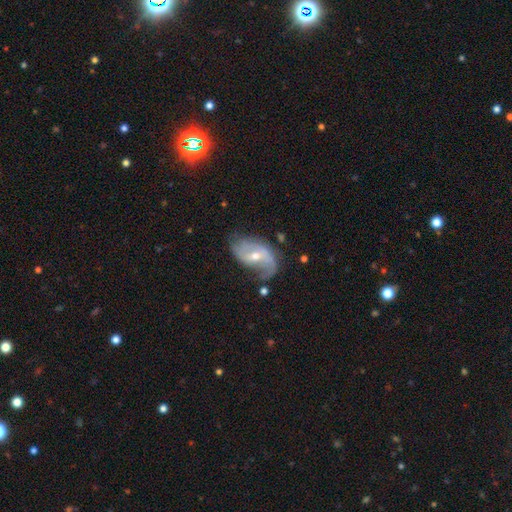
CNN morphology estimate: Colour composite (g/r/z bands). It shows a featured or disk galaxy (78%) with a weak bar (47%), 2 (65%) loose (47%) spiral arms (89%) and a moderate central bulge (51%). Merging: none (47%).